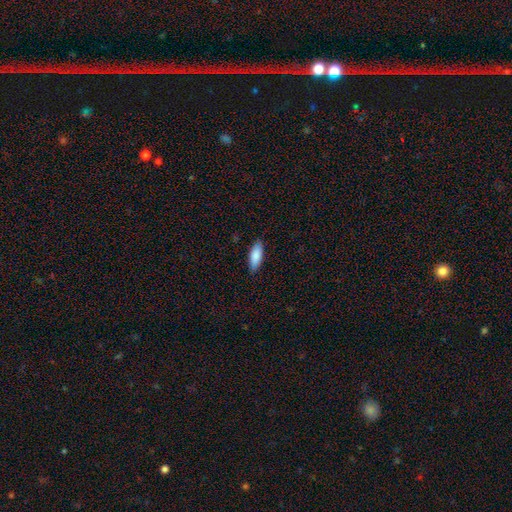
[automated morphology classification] Smooth or featured? smooth (87%)
How rounded? in between (75%)
Merging? none (86%)